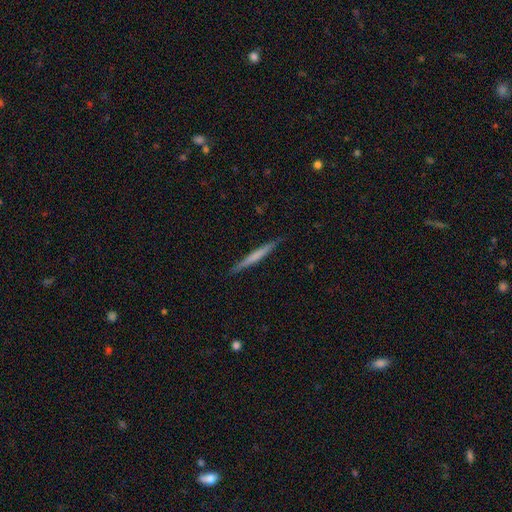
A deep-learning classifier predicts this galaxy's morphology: smooth-or-featured: smooth: 53% | featured or disk: 42% | star or artifact: 5%
  how-rounded: cigar-shaped: 97% | in between: 2% | round: 1%
  merging: none: 90% | minor disturbance: 7% | major disturbance: 1% | merger: 1%